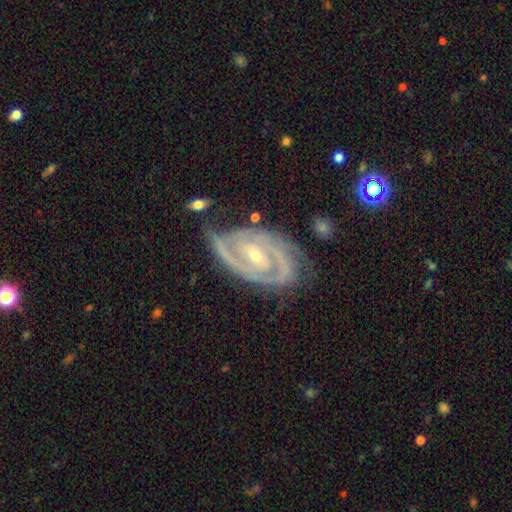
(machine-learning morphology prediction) Smooth or featured: featured or disk — 92% (star or artifact — 4%)
Edge-on disk: no — 97% (yes — 3%)
Bar: weak — 40% (strong — 33%)
Spiral arms: yes — 98% (no — 2%)
Spiral winding: tight — 66% (medium — 30%)
Spiral arm count: 2 — 80% (3 — 10%)
Bulge size: small — 63% (moderate — 34%)
Merging: none — 69% (minor disturbance — 21%)